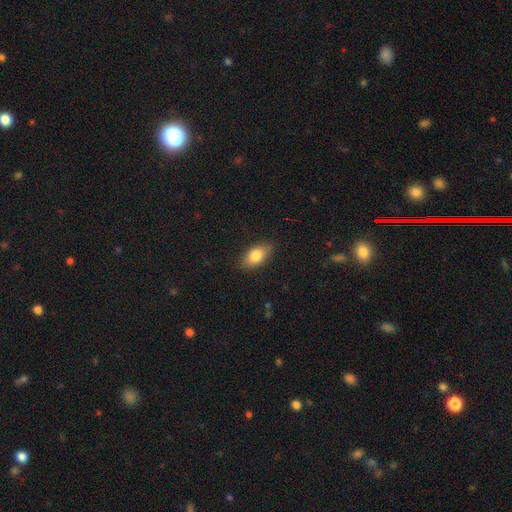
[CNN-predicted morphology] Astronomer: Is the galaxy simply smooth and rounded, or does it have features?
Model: smooth — 82%.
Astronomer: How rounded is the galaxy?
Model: in between — 89%.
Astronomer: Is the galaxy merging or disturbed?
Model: none — 85%.